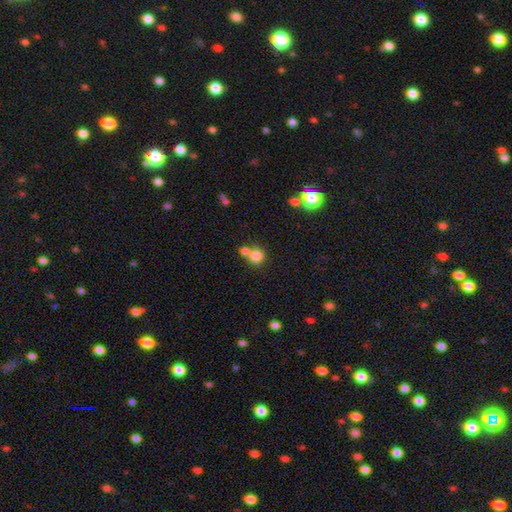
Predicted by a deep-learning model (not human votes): Smooth or featured? Predicted: smooth (p=0.80). How rounded? Predicted: round (p=0.88). Merging? Predicted: none (p=0.54).